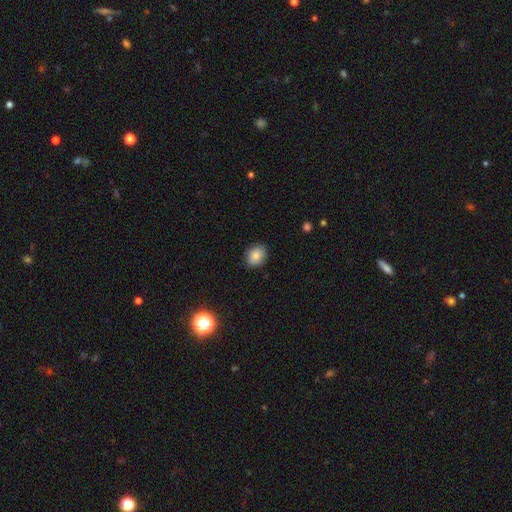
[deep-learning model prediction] smooth-or-featured: smooth: 84% | star or artifact: 9% | featured or disk: 7%
  how-rounded: in between: 57% | round: 42% | cigar-shaped: 1%
  merging: none: 85% | minor disturbance: 11% | major disturbance: 2% | merger: 1%